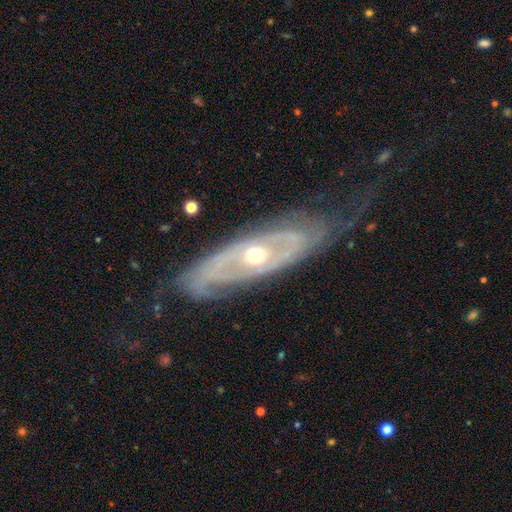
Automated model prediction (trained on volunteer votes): A featured or disk galaxy (84%) with no bar (80%), tight (62%) spiral arms (74%) and a moderate central bulge (67%).

Vote fractions:
- Smooth or featured? featured or disk: 84% / smooth: 12% / star or artifact: 5%
- Edge-on disk? no: 81% / yes: 19%
- Bar? no: 80% / weak: 15% / strong: 5%
- Spiral arms? yes: 74% / no: 26%
- Spiral winding? tight: 62% / medium: 26% / loose: 12%
- Spiral arm count? can't tell: 42% / 2: 39% / 3: 7% / 1: 5% / 4: 4% / more than 4: 4%
- Bulge size? moderate: 67% / small: 27% / large: 4% / dominant: 1% / none: 1%
- Merging? none: 76% / minor disturbance: 16% / major disturbance: 6% / merger: 1%